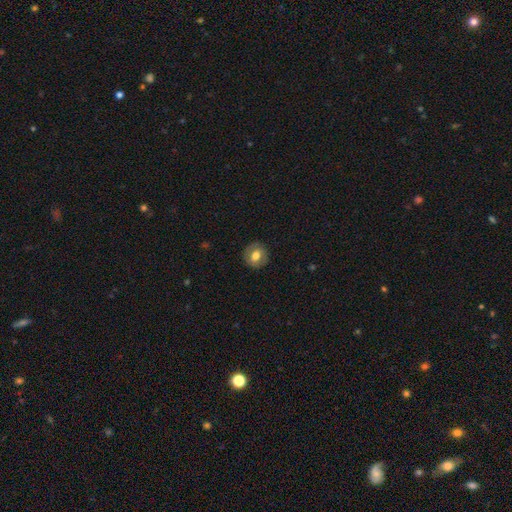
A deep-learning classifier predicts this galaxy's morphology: smooth-or-featured: smooth: 66% | featured or disk: 26% | star or artifact: 8%
  how-rounded: round: 84% | in between: 15% | cigar-shaped: 1%
  merging: none: 87% | minor disturbance: 9% | major disturbance: 3% | merger: 1%